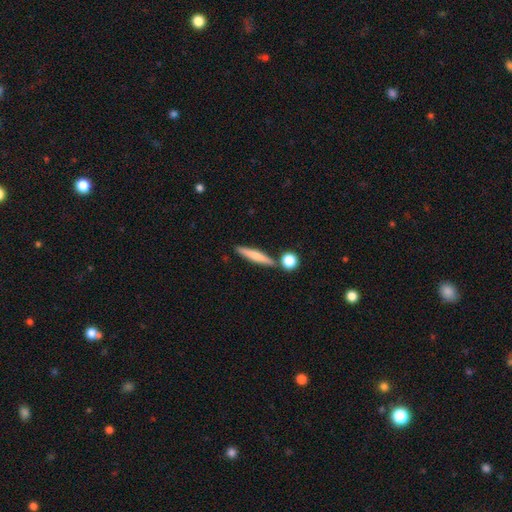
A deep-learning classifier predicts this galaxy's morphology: This is likely a smooth galaxy (65%). How rounded: clearly cigar-shaped (88%). Merging: clearly none (81%).